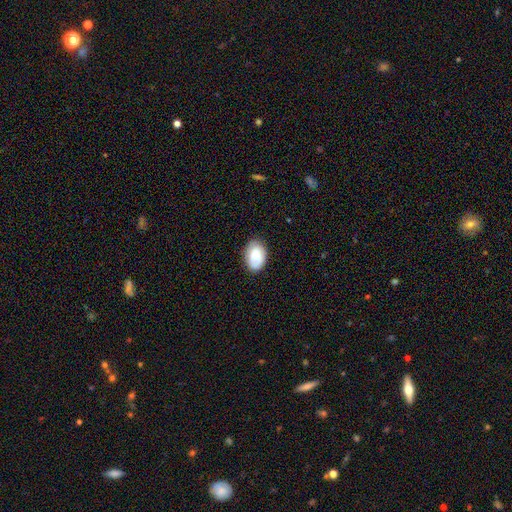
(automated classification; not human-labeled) smooth_or_featured: smooth (p=0.75) [alt: featured or disk p=0.18]
how_rounded: in between (p=0.87) [alt: round p=0.12]
merging: none (p=0.78) [alt: minor disturbance p=0.17]